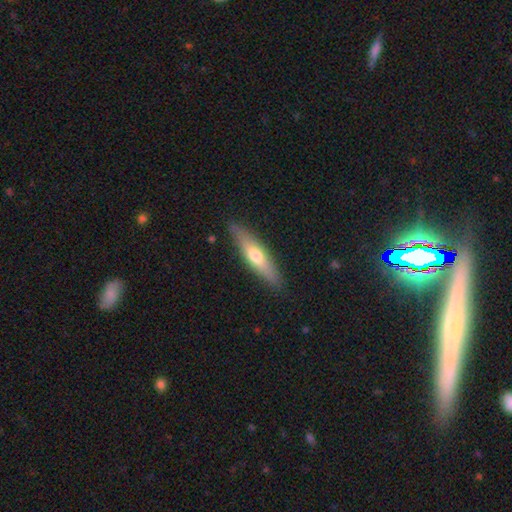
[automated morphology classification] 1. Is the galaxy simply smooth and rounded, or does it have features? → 53% smooth, 41% featured or disk, 6% star or artifact.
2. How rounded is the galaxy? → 74% cigar-shaped, 24% in between, 2% round.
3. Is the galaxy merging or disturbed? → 86% none, 10% minor disturbance, 2% major disturbance, 1% merger.